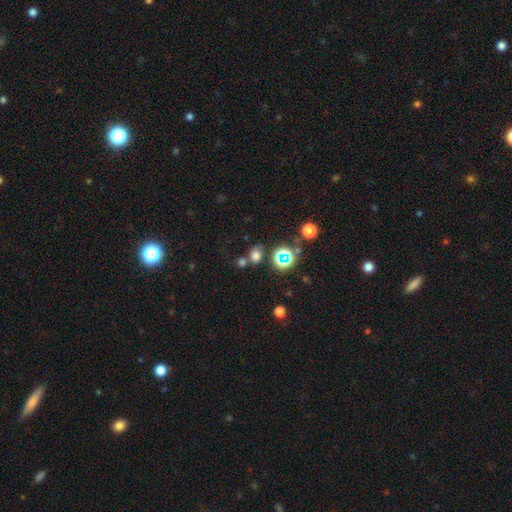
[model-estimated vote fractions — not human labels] The model was most divided on "merging": none: 58%, merger: 25%, minor disturbance: 11%, major disturbance: 6%. More confident: how rounded — round (67%); smooth or featured — smooth (63%).